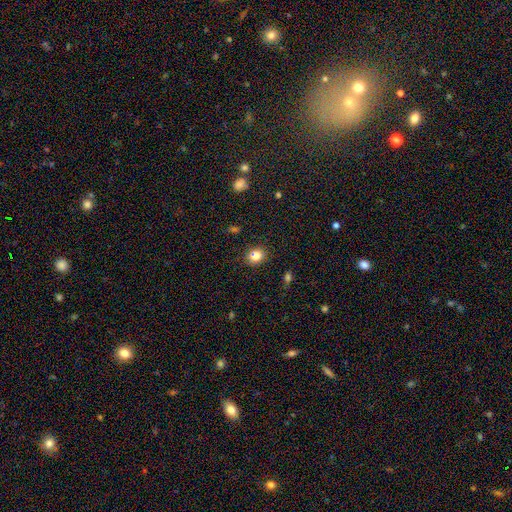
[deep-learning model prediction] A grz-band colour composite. It shows a smooth galaxy with no disk features (83%) that is round (57%). Merging: none (85%).